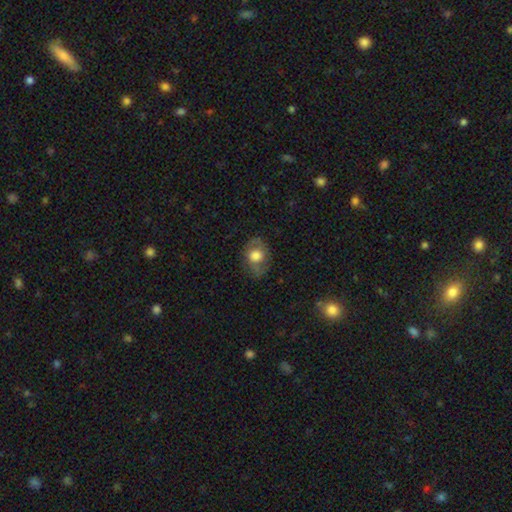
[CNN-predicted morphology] Smooth or featured? Predicted: smooth (p=0.61). How rounded? Predicted: in between (p=0.61). Merging? Predicted: none (p=0.71).